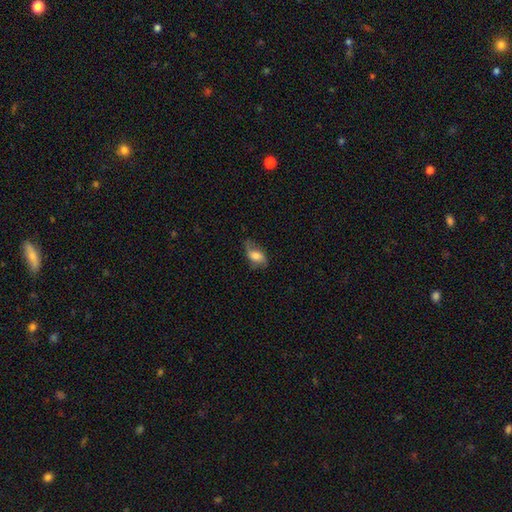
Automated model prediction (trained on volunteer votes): Smooth or featured: smooth — 56% (featured or disk — 35%)
How rounded: in between — 85% (round — 10%)
Merging: none — 53% (minor disturbance — 30%)